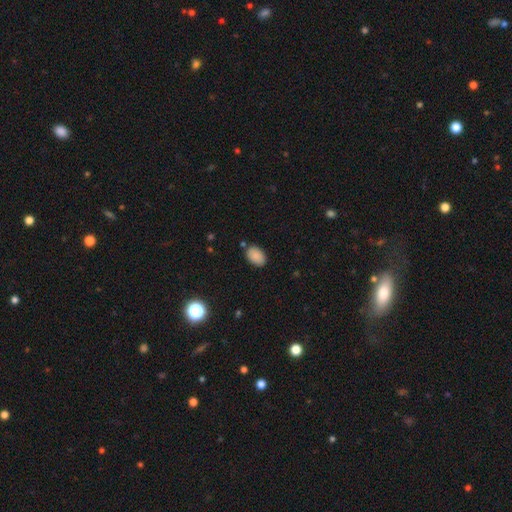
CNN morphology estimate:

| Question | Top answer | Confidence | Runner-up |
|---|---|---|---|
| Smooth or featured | smooth | 87% | star or artifact (8%) |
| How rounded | in between | 87% | round (12%) |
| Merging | none | 82% | minor disturbance (12%) |